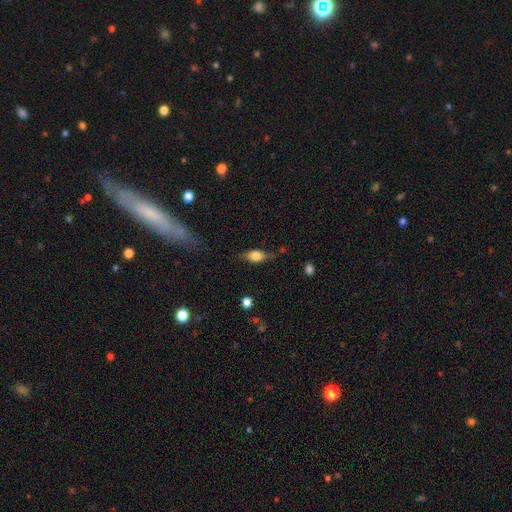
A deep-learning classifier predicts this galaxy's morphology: Smooth or featured? Predicted: smooth (p=0.56). How rounded? Predicted: in between (p=0.73). Merging? Predicted: none (p=0.64).